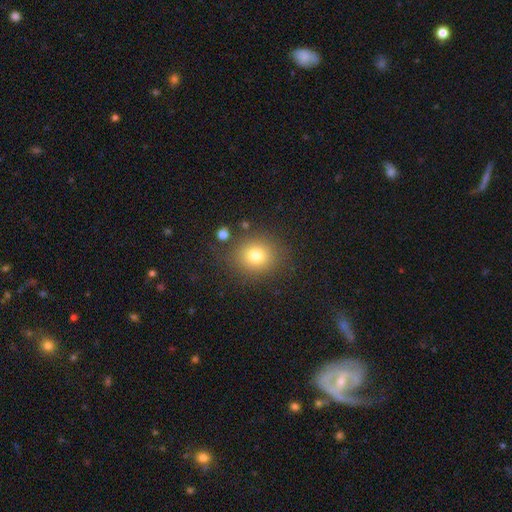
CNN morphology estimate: smooth_or_featured: smooth (p=0.78) [alt: star or artifact p=0.13]
how_rounded: round (p=0.77) [alt: in between p=0.22]
merging: none (p=0.83) [alt: minor disturbance p=0.10]